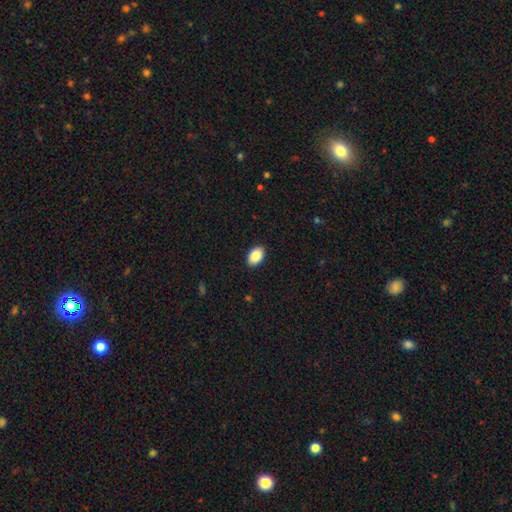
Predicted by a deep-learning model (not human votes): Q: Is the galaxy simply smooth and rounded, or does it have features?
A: smooth — 89%.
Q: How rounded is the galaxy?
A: in between — 90%.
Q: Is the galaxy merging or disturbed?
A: none — 90%.